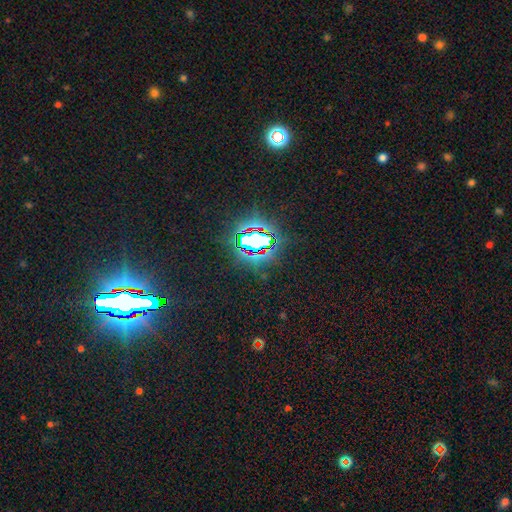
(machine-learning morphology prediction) Q: Smooth or featured?
A: star or artifact (85%); runner-up: smooth (8%)